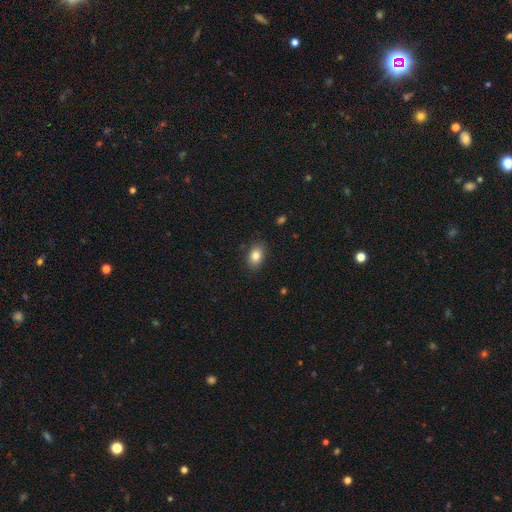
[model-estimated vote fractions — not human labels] smooth 83%, star or artifact 9%, featured or disk 8%. Down the decision tree: how rounded — in between (78%); merging — none (86%).